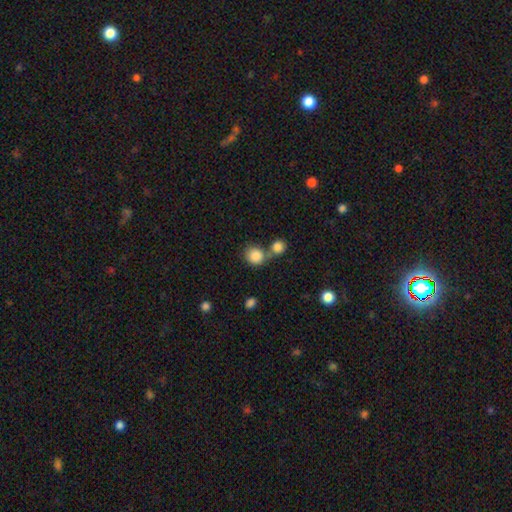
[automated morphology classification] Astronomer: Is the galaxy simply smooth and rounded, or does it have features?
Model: smooth — 85%.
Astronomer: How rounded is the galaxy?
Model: round — 85%.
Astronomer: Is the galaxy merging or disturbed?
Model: none — 48% (runner-up: merger, 40%).